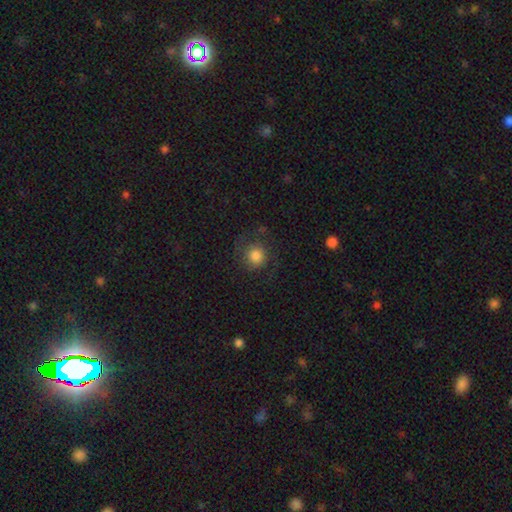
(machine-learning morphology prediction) A smooth galaxy with no disk features (73%) that is round (90%). Merging: none (71%).